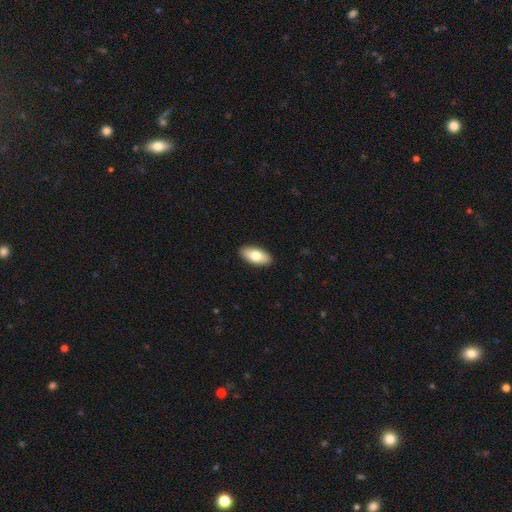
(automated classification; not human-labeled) Smooth or featured? Predicted: smooth (p=0.78). How rounded? Predicted: in between (p=0.90). Merging? Predicted: none (p=0.91).